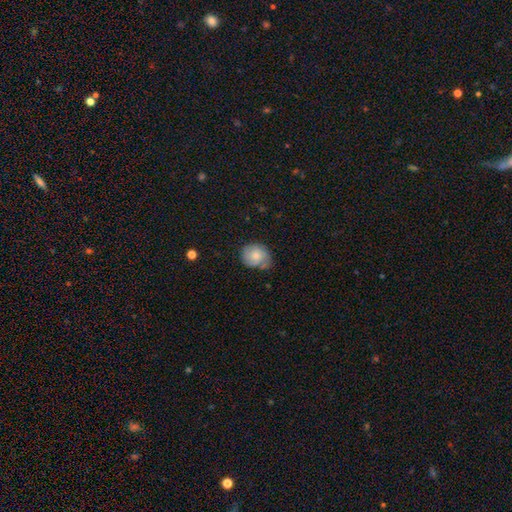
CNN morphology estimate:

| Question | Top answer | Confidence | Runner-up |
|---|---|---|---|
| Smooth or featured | smooth | 54% | featured or disk (38%) |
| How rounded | round | 60% | in between (39%) |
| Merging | none | 58% | minor disturbance (31%) |